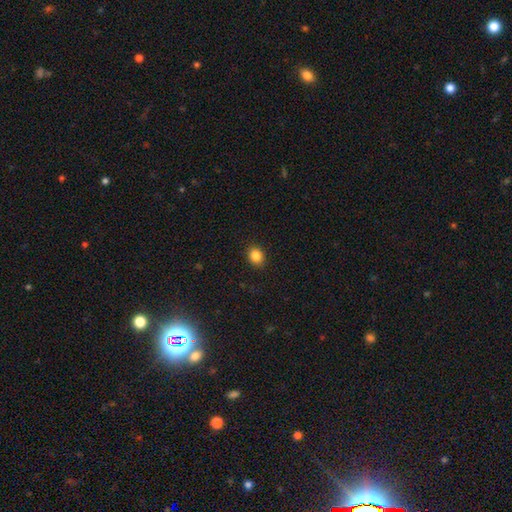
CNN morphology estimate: Q: Smooth or featured?
A: smooth (85%); runner-up: star or artifact (10%)
Q: How rounded?
A: round (59%); runner-up: in between (40%)
Q: Merging?
A: none (91%); runner-up: minor disturbance (6%)